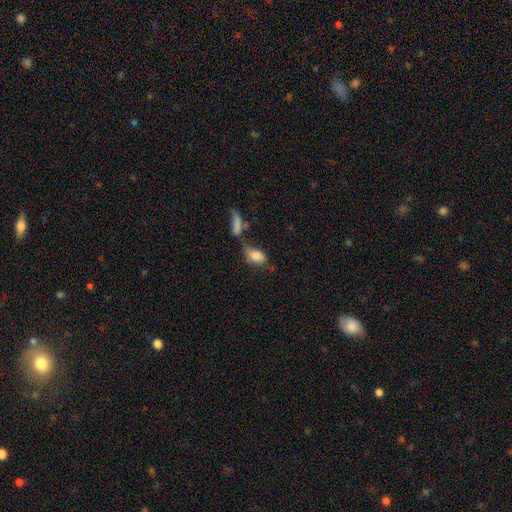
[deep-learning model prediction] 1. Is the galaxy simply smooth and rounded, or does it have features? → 78% smooth, 14% featured or disk, 8% star or artifact.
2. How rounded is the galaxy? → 88% in between, 8% round, 4% cigar-shaped.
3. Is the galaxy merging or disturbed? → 37% merger, 28% none, 18% major disturbance, 18% minor disturbance.